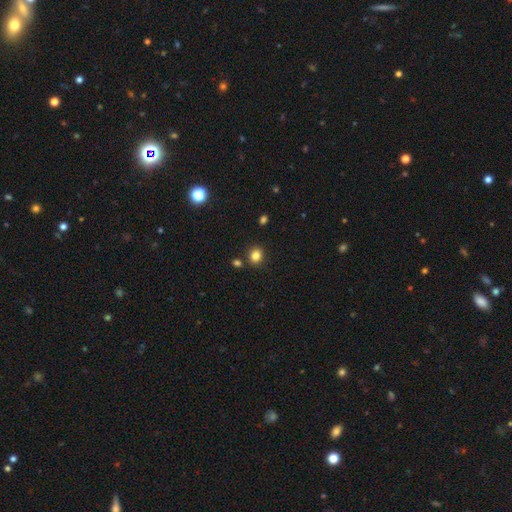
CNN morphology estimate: Smooth or featured: smooth — 83% (star or artifact — 12%)
How rounded: round — 71% (in between — 28%)
Merging: none — 84% (minor disturbance — 8%)